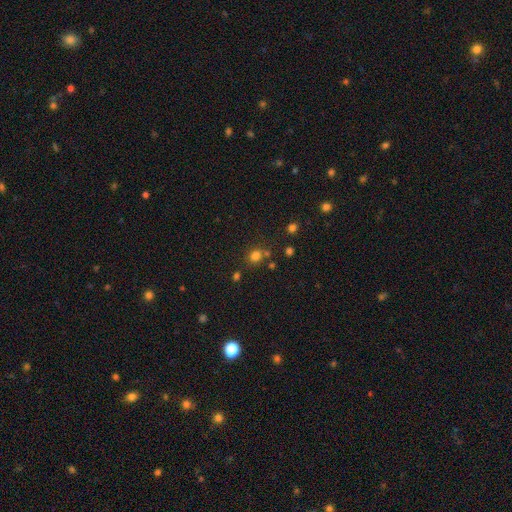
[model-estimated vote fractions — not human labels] Smooth or featured?
  - smooth: 76% *
  - star or artifact: 18%
  - featured or disk: 6%
How rounded?
  - round: 77% *
  - in between: 22%
  - cigar-shaped: 1%
Merging?
  - none: 72% *
  - merger: 12%
  - minor disturbance: 11%
  - major disturbance: 4%